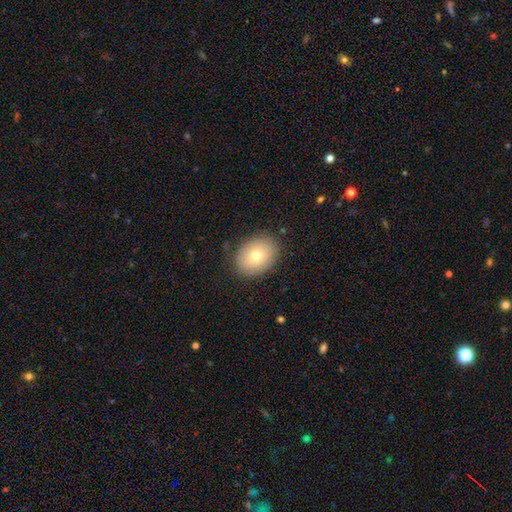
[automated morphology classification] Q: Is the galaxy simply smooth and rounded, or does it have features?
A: smooth — 74%.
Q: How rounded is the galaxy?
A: in between — 61%.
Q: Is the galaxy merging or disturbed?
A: none — 84%.